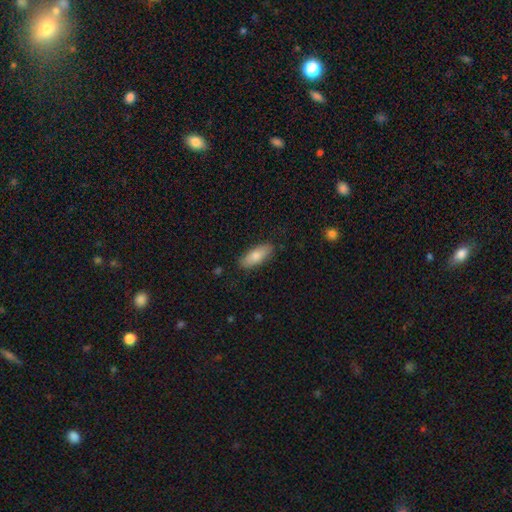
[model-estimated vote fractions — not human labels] Smooth or featured? smooth (77%)
How rounded? in between (74%)
Merging? none (85%)